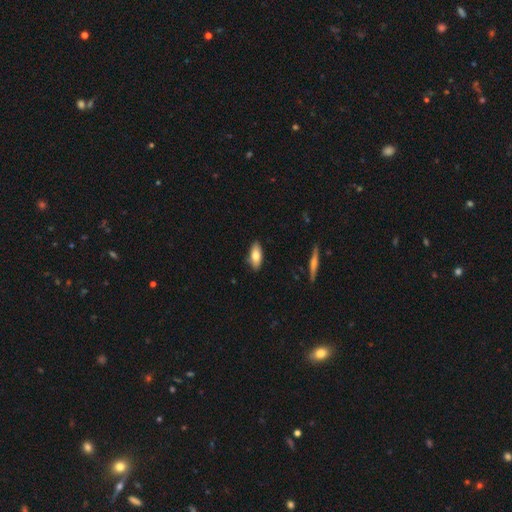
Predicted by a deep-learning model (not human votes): smooth_or_featured: smooth (p=0.76) [alt: featured or disk p=0.17]
how_rounded: in between (p=0.82) [alt: cigar-shaped p=0.15]
merging: none (p=0.87) [alt: minor disturbance p=0.10]